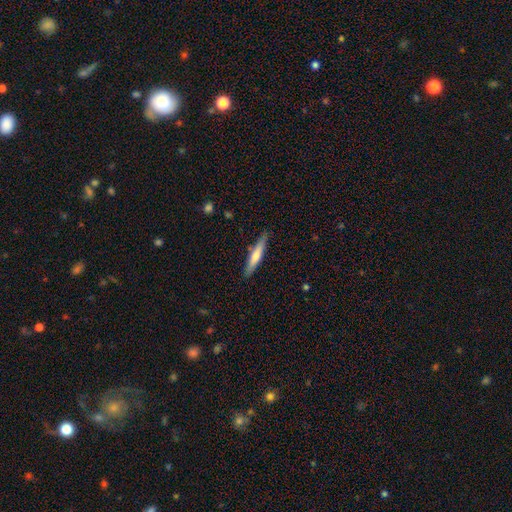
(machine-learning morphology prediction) Smooth or featured? Predicted: smooth (p=0.59). How rounded? Predicted: cigar-shaped (p=0.91). Merging? Predicted: none (p=0.88).